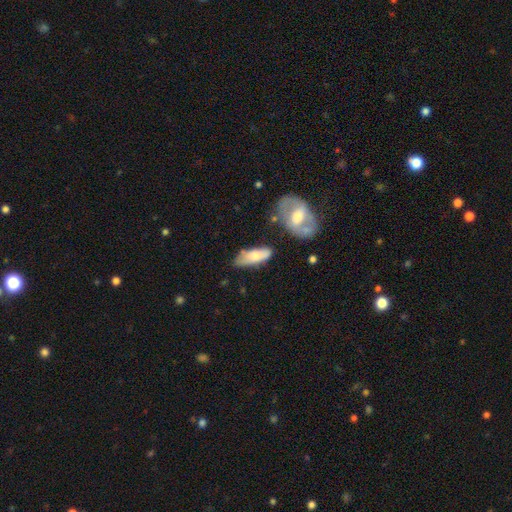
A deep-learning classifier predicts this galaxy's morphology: Smooth or featured? Predicted: smooth (p=0.68). How rounded? Predicted: in between (p=0.72). Merging? Predicted: none (p=0.57).